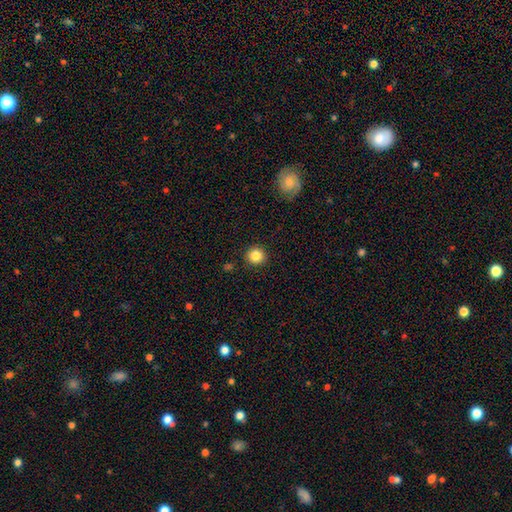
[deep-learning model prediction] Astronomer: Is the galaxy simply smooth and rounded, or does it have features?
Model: smooth — 85%.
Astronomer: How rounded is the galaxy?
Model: round — 94%.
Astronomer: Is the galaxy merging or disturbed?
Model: none — 91%.